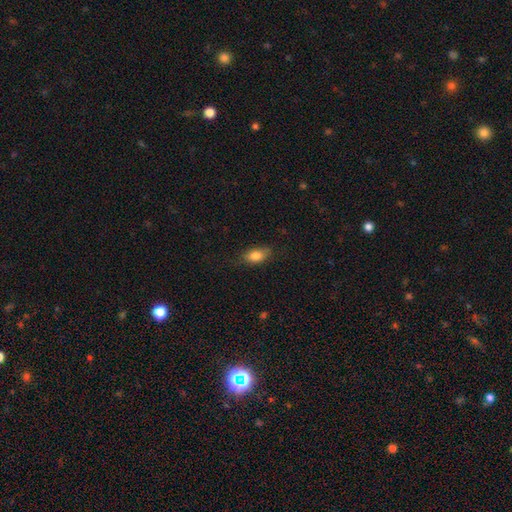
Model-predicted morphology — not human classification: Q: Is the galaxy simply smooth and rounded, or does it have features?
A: smooth — 81%.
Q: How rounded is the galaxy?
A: in between — 85%.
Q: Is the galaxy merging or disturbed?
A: none — 75%.